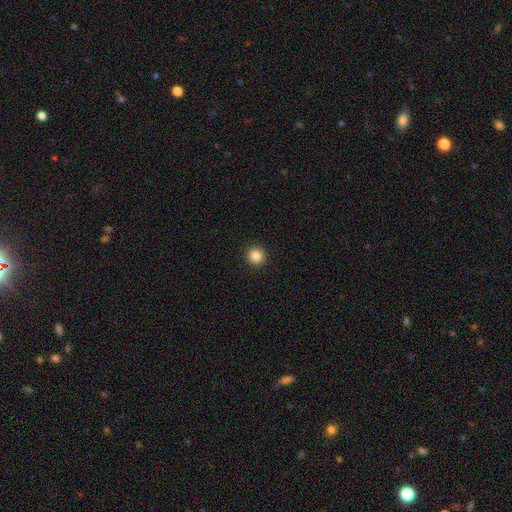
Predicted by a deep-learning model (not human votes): This appears to be a smooth galaxy with no disk features (86%) that is round (95%). Merging: none (93%).